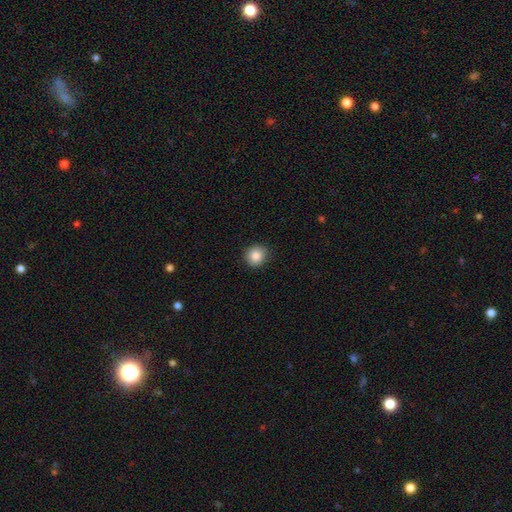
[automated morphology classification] Smooth or featured? smooth (85%)
How rounded? round (87%)
Merging? none (87%)